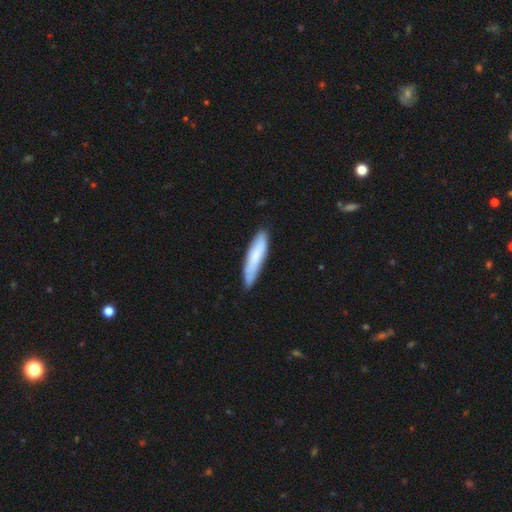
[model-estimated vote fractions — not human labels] This appears to be a smooth galaxy with no disk features (77%) that is cigar-shaped (81%). Merging: none (79%).